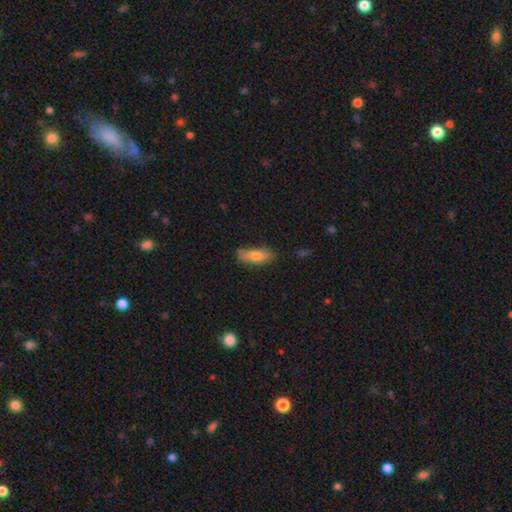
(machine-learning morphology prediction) Q: Smooth or featured?
A: smooth (75%); runner-up: featured or disk (18%)
Q: How rounded?
A: in between (64%); runner-up: cigar-shaped (34%)
Q: Merging?
A: none (66%); runner-up: minor disturbance (25%)